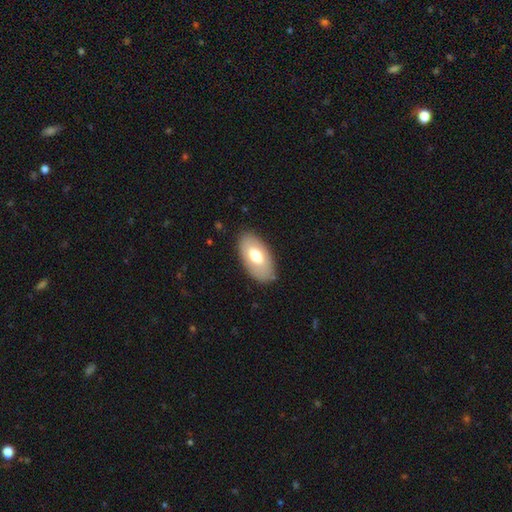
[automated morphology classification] Smooth or featured? Predicted: smooth (p=0.66). How rounded? Predicted: in between (p=0.95). Merging? Predicted: none (p=0.85).